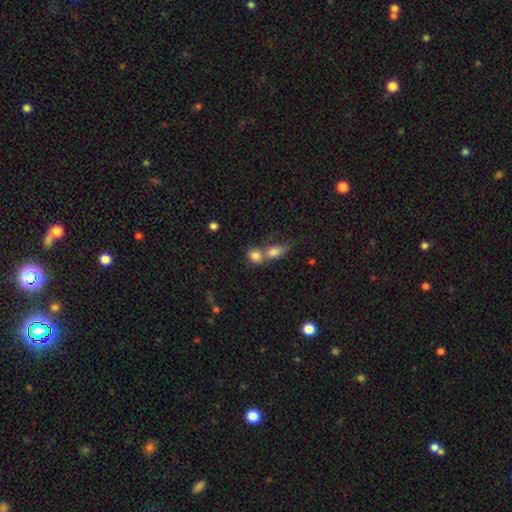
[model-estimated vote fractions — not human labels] smooth_or_featured: smooth (p=0.81) [alt: featured or disk p=0.10]
how_rounded: in between (p=0.50) [alt: round p=0.48]
merging: merger (p=0.61) [alt: none p=0.29]